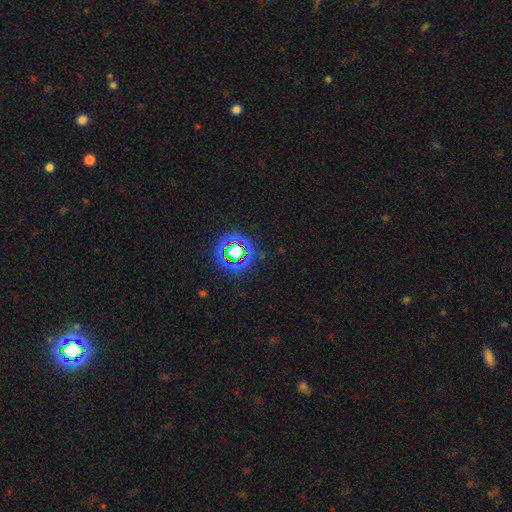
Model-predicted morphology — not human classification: A star or artifact, not a galaxy (72%).